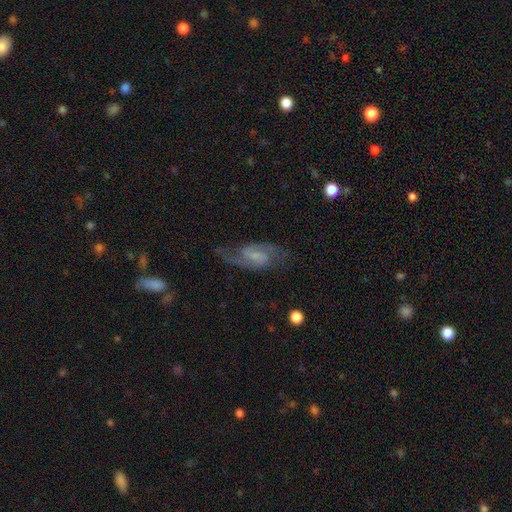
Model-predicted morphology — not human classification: This is clearly a featured or disk galaxy (84%). It is clearly not viewed edge-on (96%). Bar: possibly weak (55%). Spiral arm pattern: clearly yes (96%). Spiral arm count: clearly 2 (90%). Spiral winding: possibly medium (54%). Central bulge: possibly small (52%). Merging: likely none (73%).